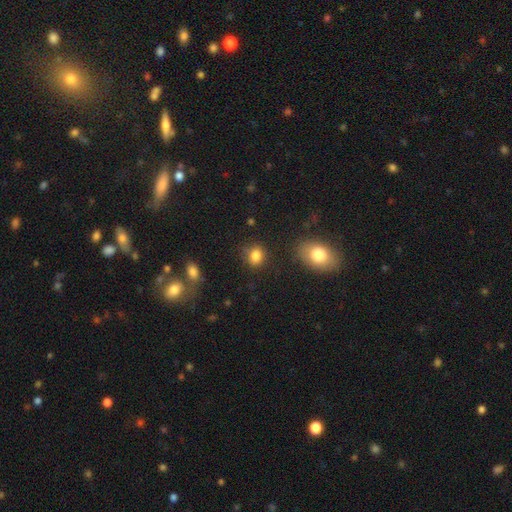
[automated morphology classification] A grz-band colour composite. It shows a smooth galaxy with no disk features (84%) that is round (57%). Merging: none (79%).